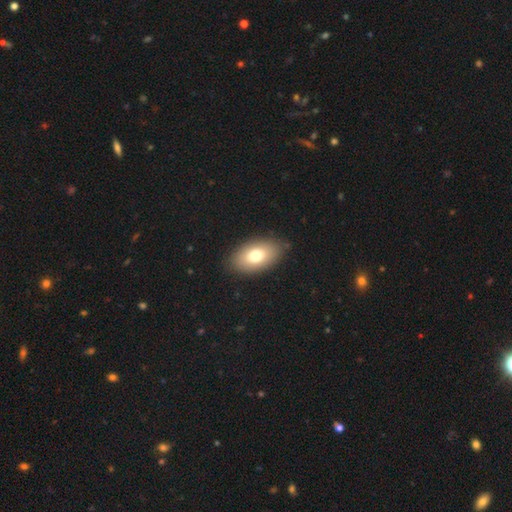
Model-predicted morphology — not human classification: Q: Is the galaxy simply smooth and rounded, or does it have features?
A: smooth — 75%.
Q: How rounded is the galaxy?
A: in between — 92%.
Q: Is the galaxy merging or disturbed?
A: none — 86%.